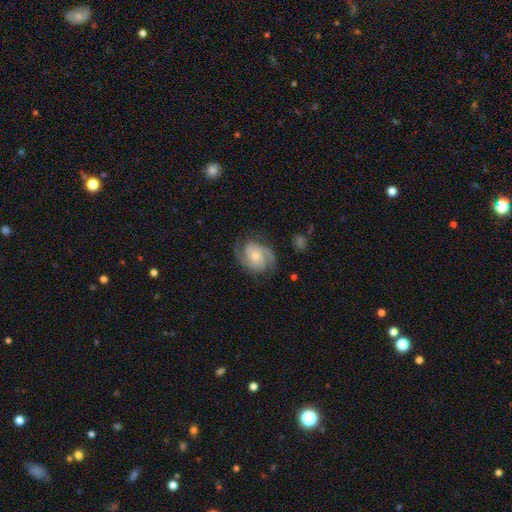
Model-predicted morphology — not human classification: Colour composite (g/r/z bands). It shows a featured or disk galaxy (77%) with no bar (64%), 2 (81%) medium (46%) spiral arms (95%) and a small central bulge (47%). Merging: none (70%).